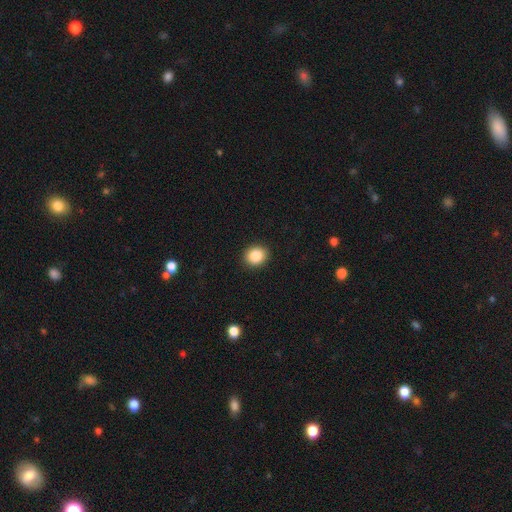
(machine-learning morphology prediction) This is clearly a smooth galaxy (87%). How rounded: likely round (71%). Merging: clearly none (91%).